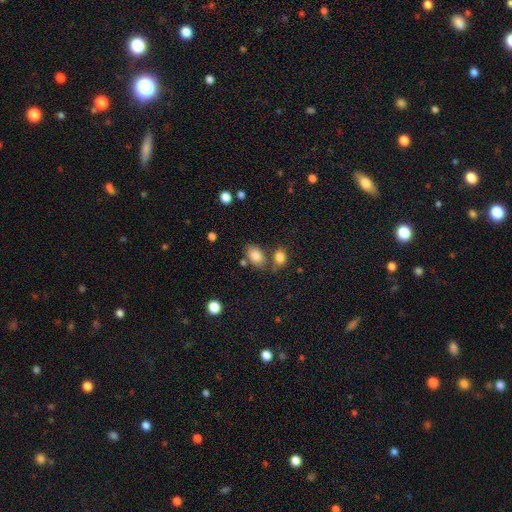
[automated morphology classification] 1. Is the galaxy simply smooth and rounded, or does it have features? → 82% smooth, 9% featured or disk, 9% star or artifact.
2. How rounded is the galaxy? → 85% in between, 14% round, 1% cigar-shaped.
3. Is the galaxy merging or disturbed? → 62% none, 20% merger, 13% minor disturbance, 4% major disturbance.